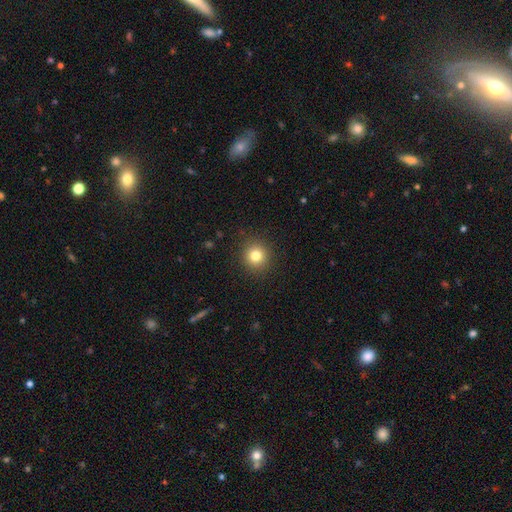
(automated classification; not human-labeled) smooth 81%, star or artifact 12%, featured or disk 7%. Down the decision tree: how rounded — round (91%); merging — none (91%).